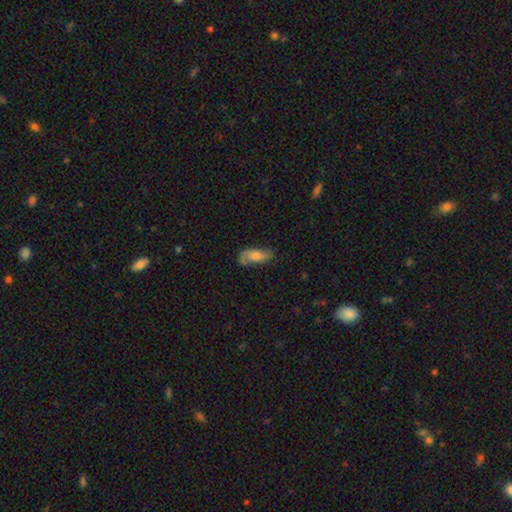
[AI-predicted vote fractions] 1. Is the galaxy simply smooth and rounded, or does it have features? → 52% smooth, 40% featured or disk, 8% star or artifact.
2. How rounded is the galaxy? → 79% in between, 17% cigar-shaped, 3% round.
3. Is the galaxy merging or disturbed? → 60% none, 27% minor disturbance, 11% major disturbance, 2% merger.